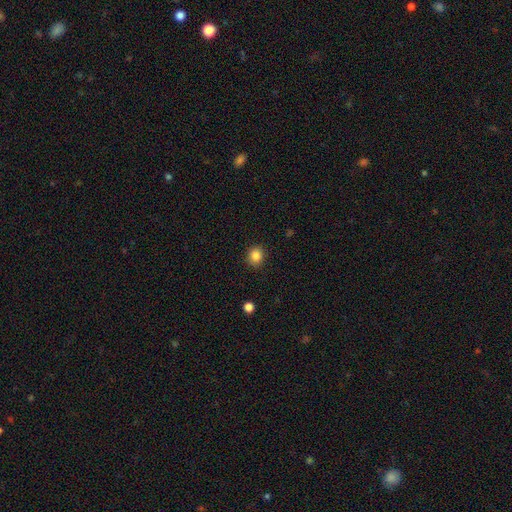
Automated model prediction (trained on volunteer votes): A smooth galaxy with no disk features (85%) that is round (82%).

Vote fractions:
- Smooth or featured? smooth: 85% / star or artifact: 11% / featured or disk: 4%
- How rounded? round: 82% / in between: 17% / cigar-shaped: 1%
- Merging? none: 89% / minor disturbance: 8% / major disturbance: 2% / merger: 1%